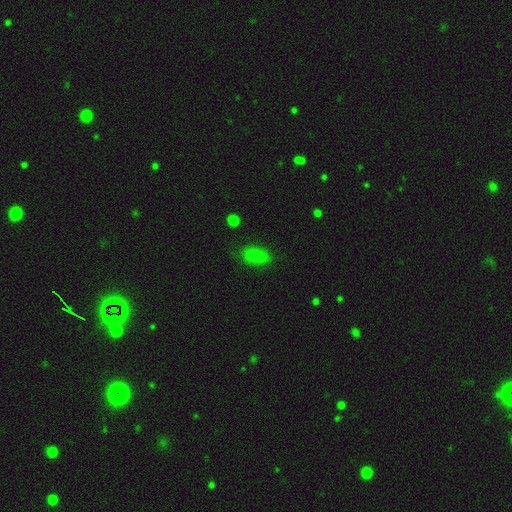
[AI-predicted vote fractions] This is likely a smooth galaxy (78%). How rounded: clearly in between (89%). Merging: likely none (73%).